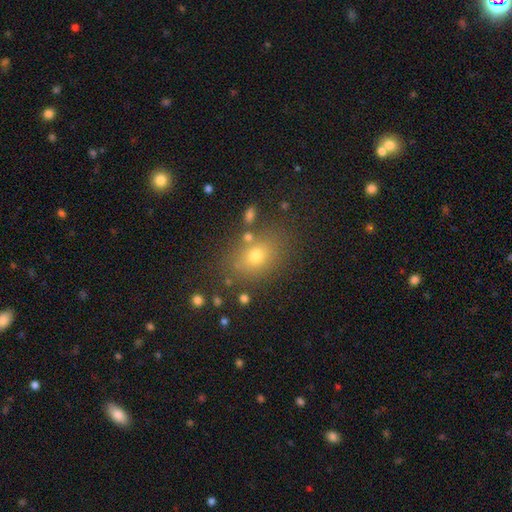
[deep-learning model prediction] Smooth or featured: smooth — 71% (star or artifact — 16%)
How rounded: in between — 65% (round — 33%)
Merging: none — 78% (minor disturbance — 12%)